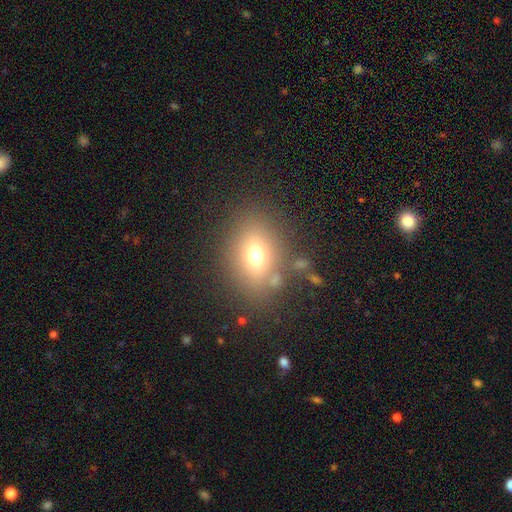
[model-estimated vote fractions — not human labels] smooth 68%, featured or disk 17%, star or artifact 15%. Down the decision tree: how rounded — in between (63%); merging — none (76%).